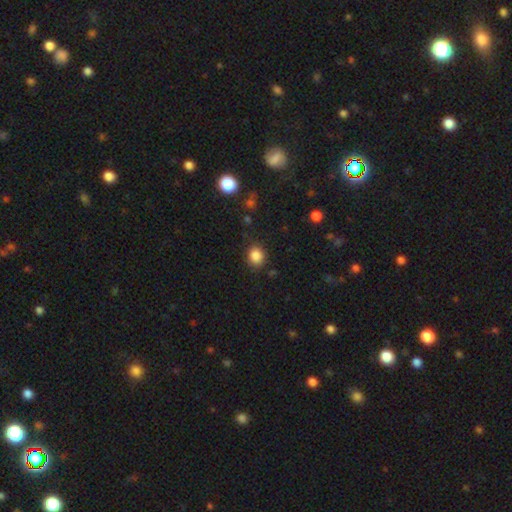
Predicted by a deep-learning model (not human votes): Smooth or featured? smooth (85%)
How rounded? round (73%)
Merging? none (86%)